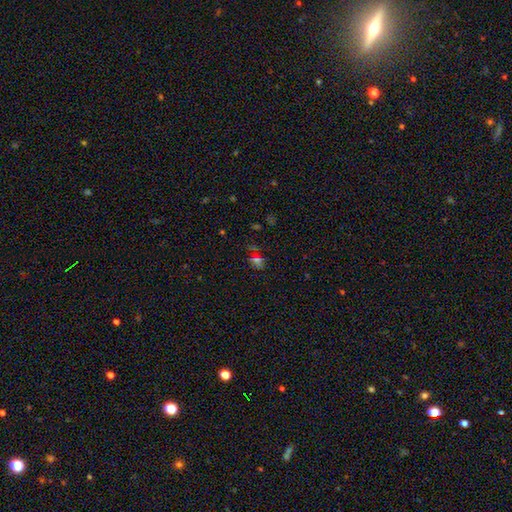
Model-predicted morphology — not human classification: smooth_or_featured: star or artifact (p=0.48) [alt: smooth p=0.38]